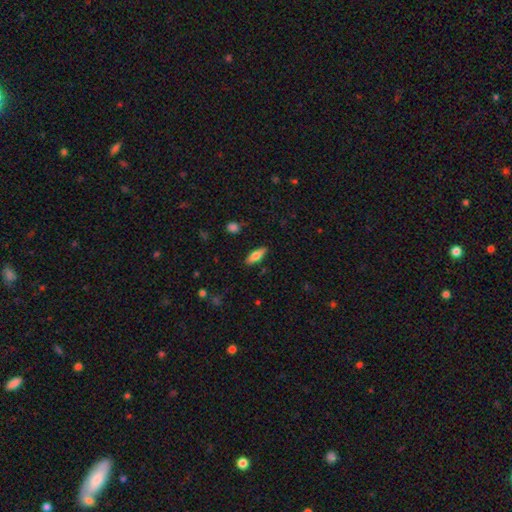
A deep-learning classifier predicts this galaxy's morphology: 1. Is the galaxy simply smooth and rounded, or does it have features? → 70% smooth, 24% featured or disk, 6% star or artifact.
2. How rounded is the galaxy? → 65% in between, 33% cigar-shaped, 2% round.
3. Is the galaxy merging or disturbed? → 87% none, 10% minor disturbance, 2% major disturbance, 1% merger.